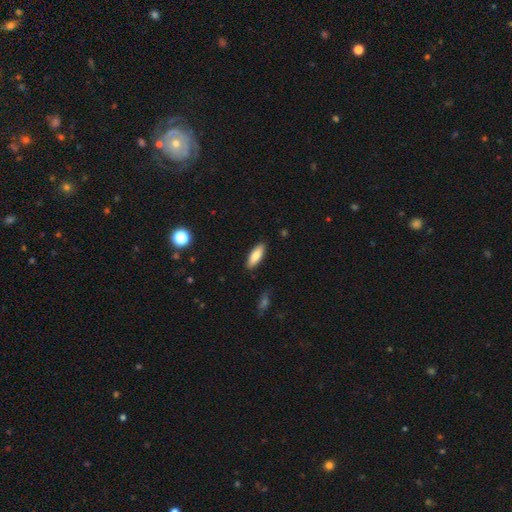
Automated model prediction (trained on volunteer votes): Smooth or featured? Predicted: smooth (p=0.81). How rounded? Predicted: in between (p=0.70). Merging? Predicted: none (p=0.89).